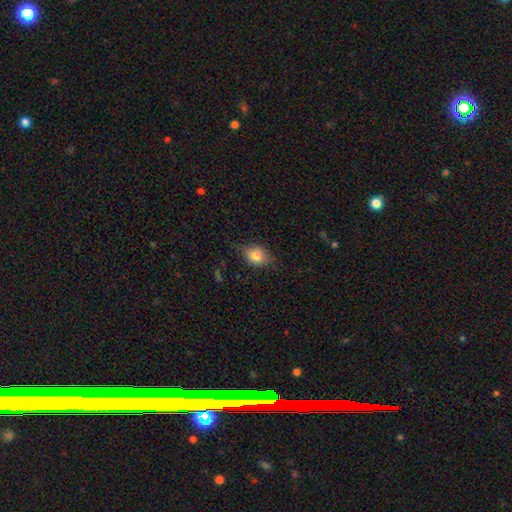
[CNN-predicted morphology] This appears to be a smooth galaxy with no disk features (79%) that is in between round and cigar-shaped (73%). Merging: none (69%).